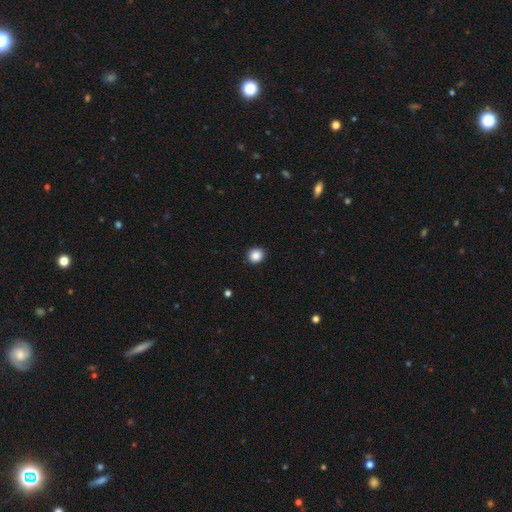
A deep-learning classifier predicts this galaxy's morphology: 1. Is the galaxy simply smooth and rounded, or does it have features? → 87% smooth, 10% star or artifact, 3% featured or disk.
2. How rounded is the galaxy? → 89% round, 10% in between, 1% cigar-shaped.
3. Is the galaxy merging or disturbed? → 92% none, 5% minor disturbance, 2% major disturbance, 1% merger.